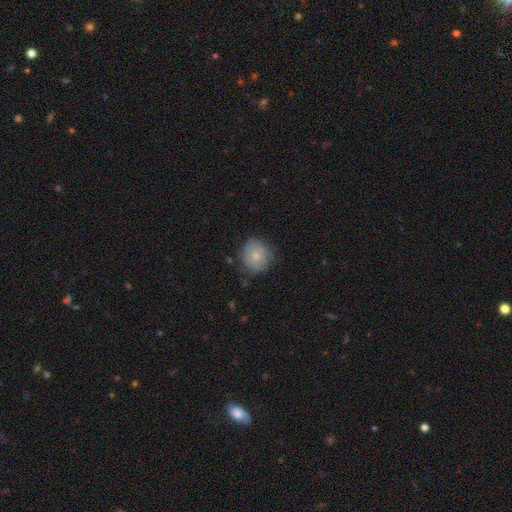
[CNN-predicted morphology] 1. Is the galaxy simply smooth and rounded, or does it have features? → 75% smooth, 17% featured or disk, 8% star or artifact.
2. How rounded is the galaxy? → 86% round, 13% in between, 1% cigar-shaped.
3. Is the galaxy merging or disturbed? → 75% none, 19% minor disturbance, 5% major disturbance, 2% merger.